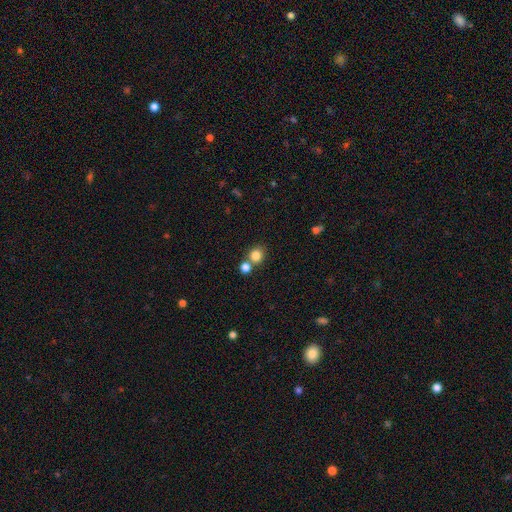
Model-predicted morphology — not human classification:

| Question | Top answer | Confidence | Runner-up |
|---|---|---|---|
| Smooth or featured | smooth | 82% | star or artifact (12%) |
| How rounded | round | 81% | in between (18%) |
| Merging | none | 58% | merger (31%) |